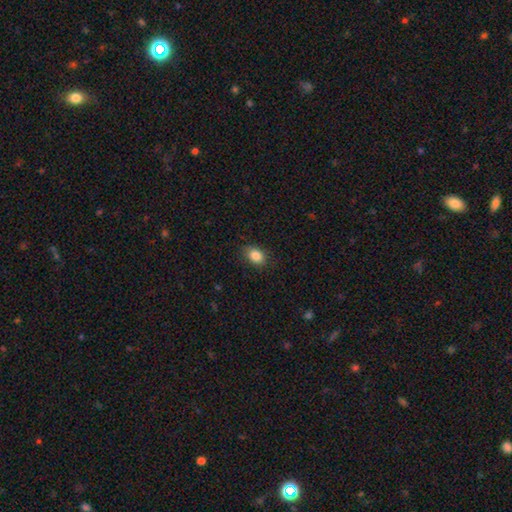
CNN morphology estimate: Smooth or featured? Predicted: smooth (p=0.86). How rounded? Predicted: in between (p=0.75). Merging? Predicted: none (p=0.84).